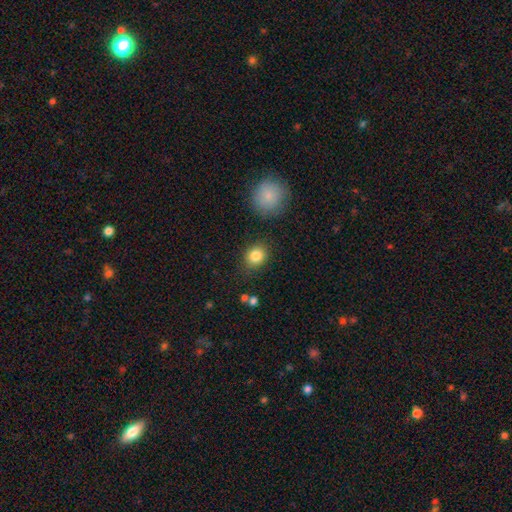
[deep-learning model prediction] Smooth or featured? Predicted: smooth (p=0.84). How rounded? Predicted: round (p=0.59). Merging? Predicted: none (p=0.82).